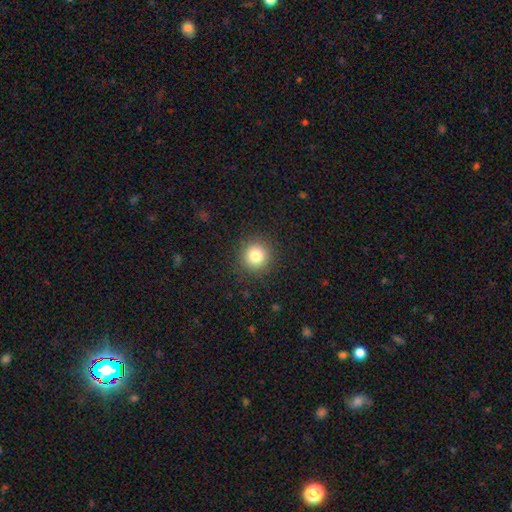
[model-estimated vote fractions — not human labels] smooth_or_featured: smooth (p=0.81) [alt: star or artifact p=0.12]
how_rounded: round (p=0.94) [alt: in between p=0.05]
merging: none (p=0.90) [alt: minor disturbance p=0.06]